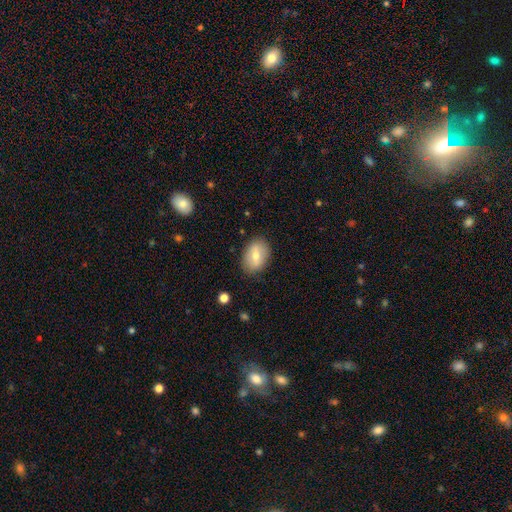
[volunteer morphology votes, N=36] Q: Smooth or featured?
A: smooth (50%); runner-up: featured or disk (42%)
Q: How rounded?
A: in between (78%); runner-up: round (17%)
Q: Merging?
A: none (73%); runner-up: minor disturbance (27%)